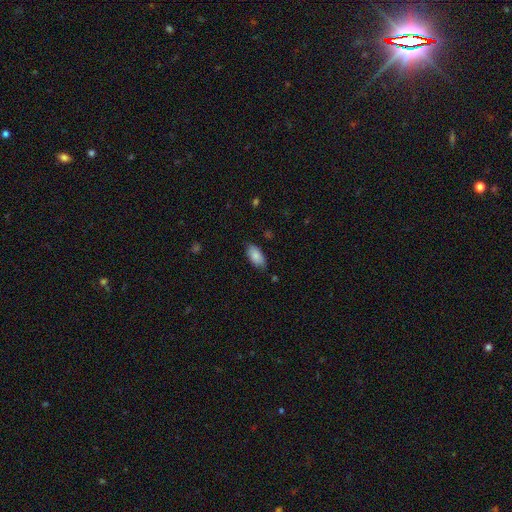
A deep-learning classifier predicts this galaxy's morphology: Smooth or featured: smooth — 86% (featured or disk — 8%)
How rounded: in between — 93% (cigar-shaped — 5%)
Merging: none — 80% (minor disturbance — 15%)